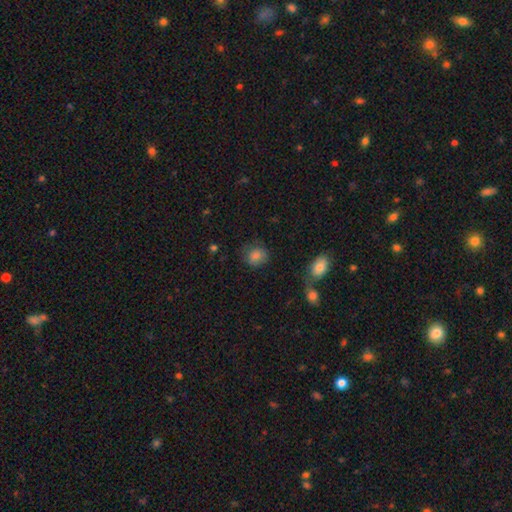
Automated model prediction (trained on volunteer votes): smooth-or-featured: smooth: 82% | star or artifact: 10% | featured or disk: 9%
  how-rounded: round: 70% | in between: 28% | cigar-shaped: 1%
  merging: none: 71% | minor disturbance: 17% | major disturbance: 7% | merger: 5%